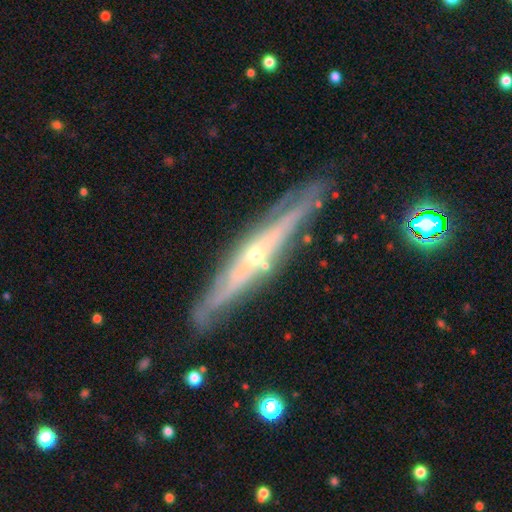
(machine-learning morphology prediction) smooth-or-featured: featured or disk: 81% | smooth: 13% | star or artifact: 6%
  disk-edge-on: yes: 82% | no: 18%
    edge-on-bulge: rounded: 75% | none: 22% | boxy: 3%
  merging: none: 82% | minor disturbance: 13% | major disturbance: 3% | merger: 2%